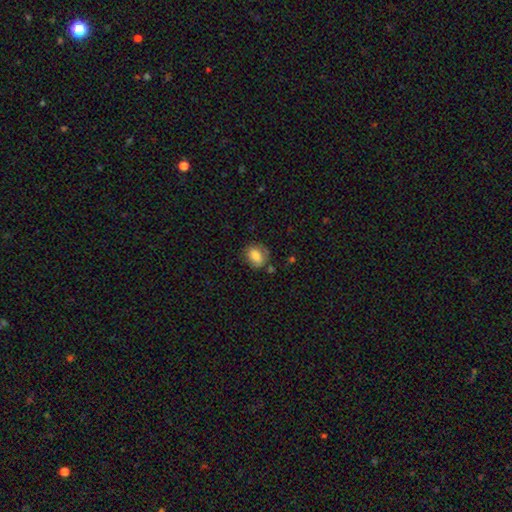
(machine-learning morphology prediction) Q: Smooth or featured?
A: smooth (78%); runner-up: featured or disk (13%)
Q: How rounded?
A: in between (57%); runner-up: round (42%)
Q: Merging?
A: none (66%); runner-up: minor disturbance (22%)